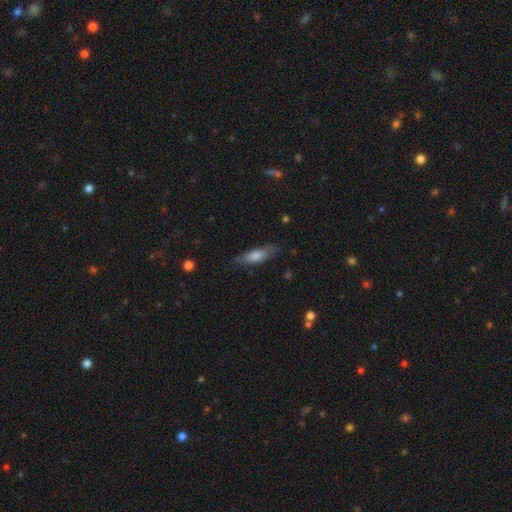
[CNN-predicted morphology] smooth 68%, featured or disk 25%, star or artifact 7%. Down the decision tree: how rounded — cigar-shaped (57%); merging — none (79%).